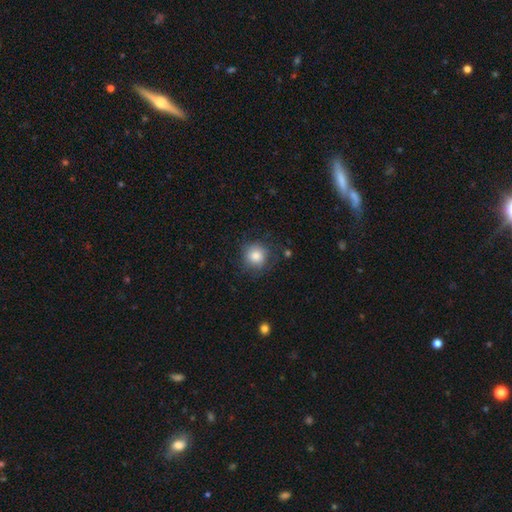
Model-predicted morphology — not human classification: The model was most divided on "merging": none: 77%, minor disturbance: 16%, major disturbance: 6%, merger: 2%. More confident: how rounded — round (91%); smooth or featured — smooth (81%).